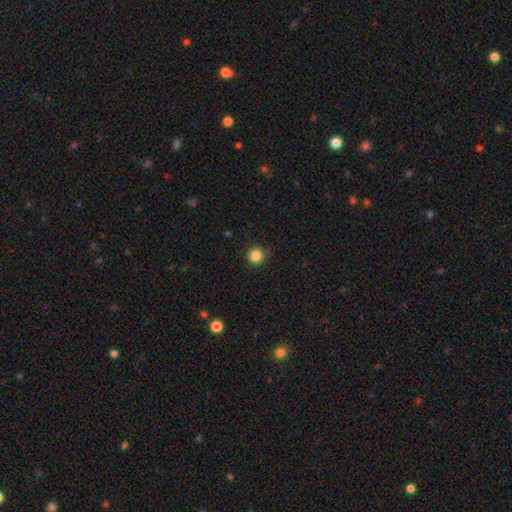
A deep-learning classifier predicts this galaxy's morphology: Q: Smooth or featured?
A: smooth (85%); runner-up: star or artifact (11%)
Q: How rounded?
A: round (95%); runner-up: in between (4%)
Q: Merging?
A: none (89%); runner-up: minor disturbance (8%)